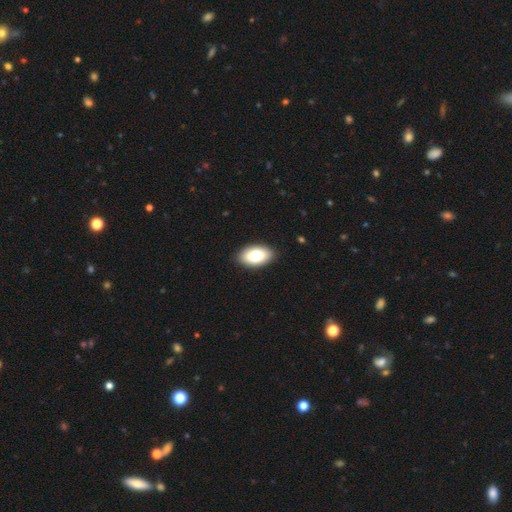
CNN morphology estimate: Smooth or featured? smooth (79%)
How rounded? in between (93%)
Merging? none (89%)